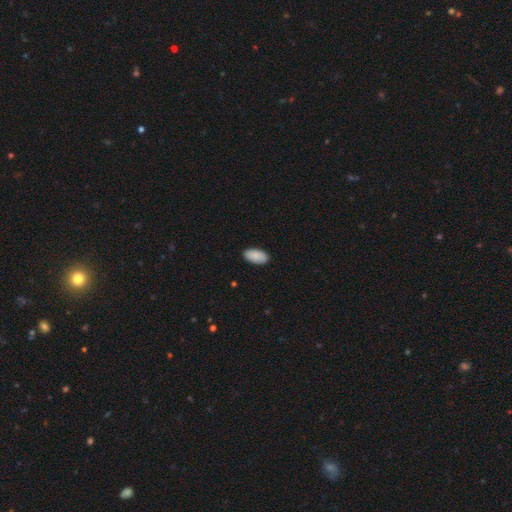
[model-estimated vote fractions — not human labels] Morphology: type=smooth (90%); roundness=in between (95%); merging=none (89%).